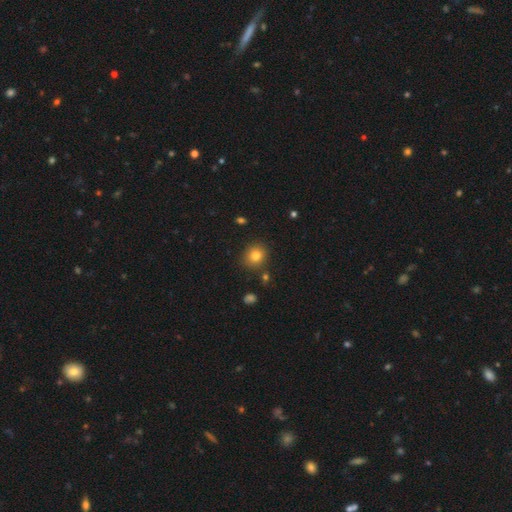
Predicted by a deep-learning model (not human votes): This appears to be a smooth galaxy with no disk features (80%) that is round (78%). Merging: none (86%).